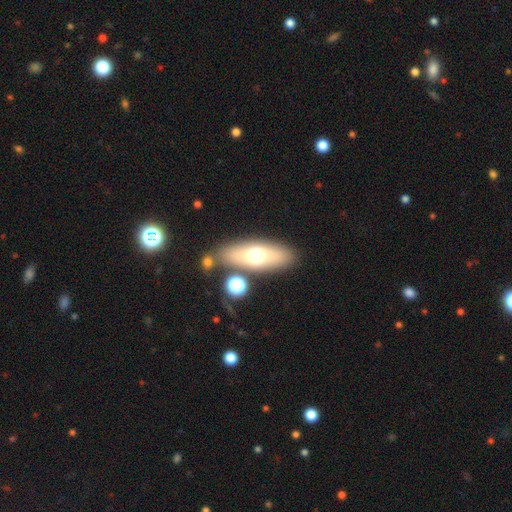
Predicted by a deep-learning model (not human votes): Morphology: type=smooth (60%); roundness=in between (63%); merging=none (77%).